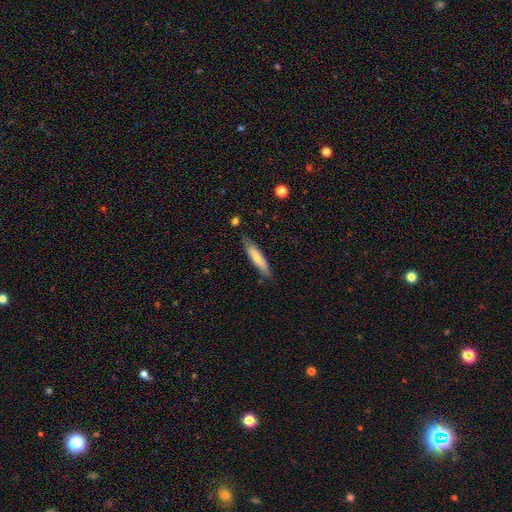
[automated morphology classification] This is likely a smooth galaxy (73%). How rounded: clearly cigar-shaped (86%). Merging: clearly none (82%).